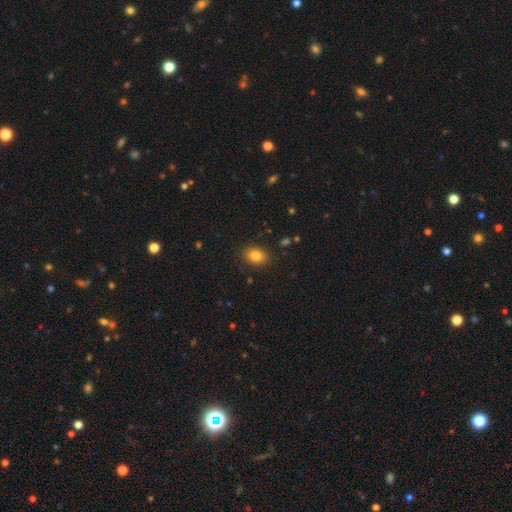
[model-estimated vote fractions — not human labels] smooth-or-featured: smooth: 84% | star or artifact: 10% | featured or disk: 6%
  how-rounded: in between: 73% | round: 26% | cigar-shaped: 1%
  merging: none: 87% | minor disturbance: 9% | major disturbance: 2% | merger: 1%